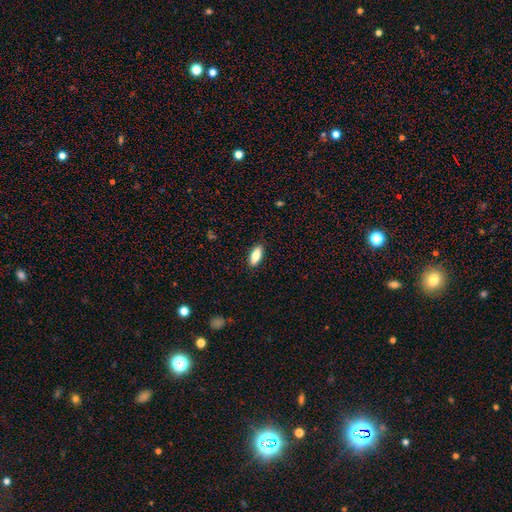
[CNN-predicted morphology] This is clearly a smooth galaxy (81%). How rounded: likely in between (76%). Merging: clearly none (89%).